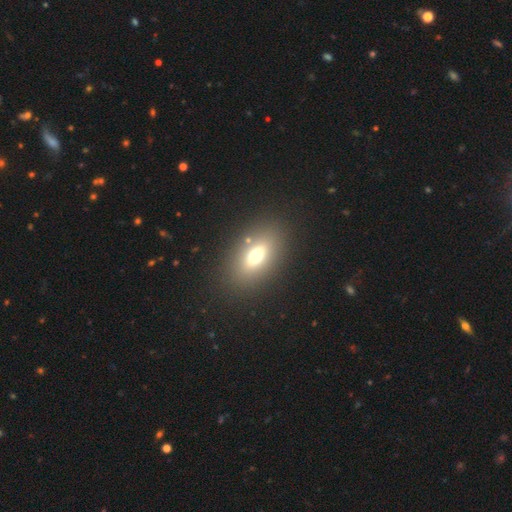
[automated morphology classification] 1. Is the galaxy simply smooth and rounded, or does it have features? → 67% smooth, 19% featured or disk, 13% star or artifact.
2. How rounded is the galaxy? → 85% in between, 9% round, 6% cigar-shaped.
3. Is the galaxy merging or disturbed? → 84% none, 9% minor disturbance, 5% major disturbance, 3% merger.